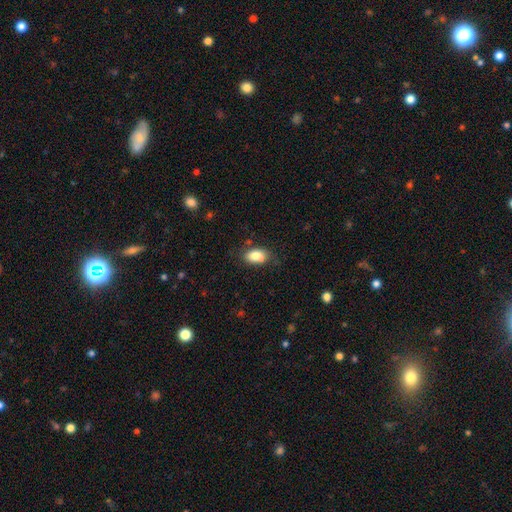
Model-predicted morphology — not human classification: A smooth galaxy with no disk features (82%) that is in between round and cigar-shaped (89%).

Vote fractions:
- Smooth or featured? smooth: 82% / featured or disk: 10% / star or artifact: 8%
- How rounded? in between: 89% / round: 9% / cigar-shaped: 2%
- Merging? none: 70% / minor disturbance: 19% / merger: 6% / major disturbance: 5%